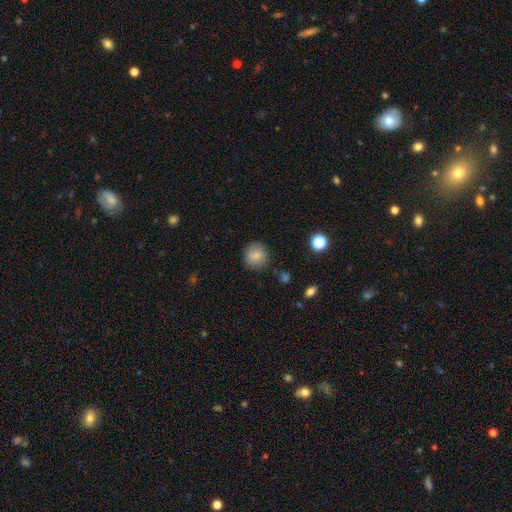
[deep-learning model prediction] This appears to be a smooth galaxy with no disk features (83%) that is round (91%). Merging: none (82%).